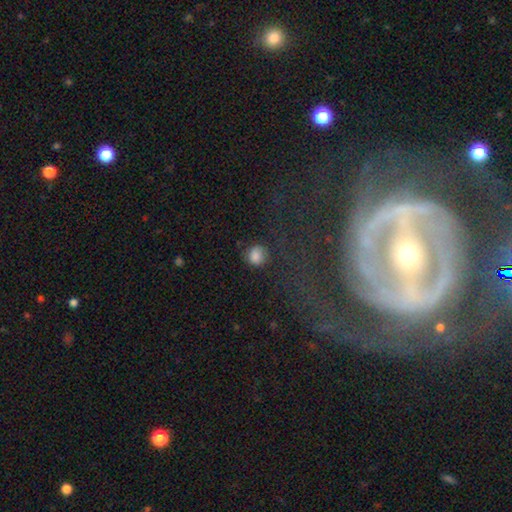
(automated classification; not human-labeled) Smooth or featured?
  - smooth: 81% *
  - star or artifact: 12%
  - featured or disk: 7%
How rounded?
  - round: 81% *
  - in between: 18%
  - cigar-shaped: 1%
Merging?
  - none: 74% *
  - minor disturbance: 17%
  - major disturbance: 7%
  - merger: 2%